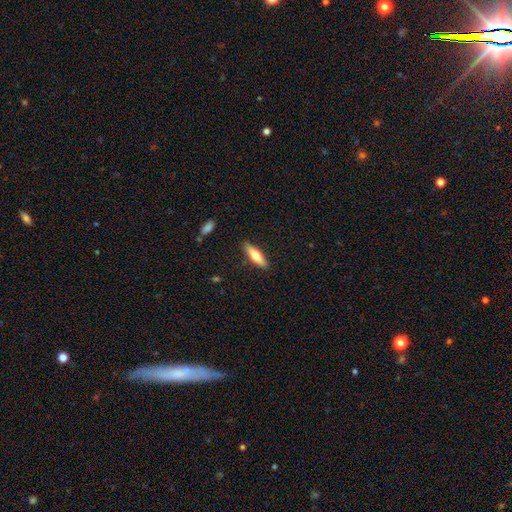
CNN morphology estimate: smooth-or-featured: smooth: 63% | featured or disk: 32% | star or artifact: 6%
  how-rounded: cigar-shaped: 63% | in between: 35% | round: 2%
  merging: none: 88% | minor disturbance: 9% | major disturbance: 2% | merger: 1%